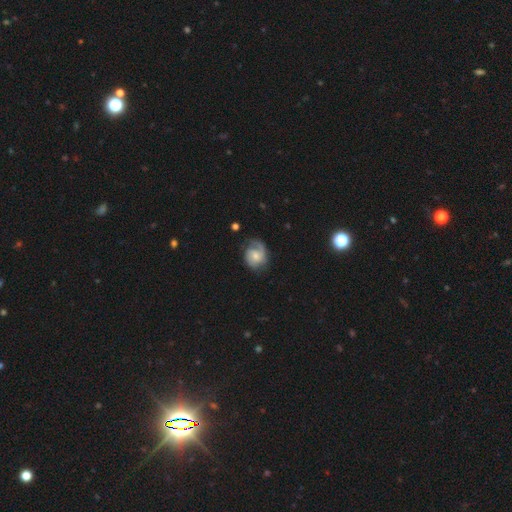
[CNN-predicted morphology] smooth_or_featured: featured or disk (p=0.71) [alt: smooth p=0.22]
disk_edge_on: no (p=0.98) [alt: yes p=0.02]
bar: no (p=0.55) [alt: weak p=0.39]
has_spiral_arms: yes (p=0.94) [alt: no p=0.06]
spiral_winding: medium (p=0.44) [alt: tight p=0.36]
spiral_arm_count: 2 (p=0.57) [alt: 1 p=0.28]
bulge_size: small (p=0.46) [alt: moderate p=0.38]
merging: none (p=0.62) [alt: minor disturbance p=0.23]